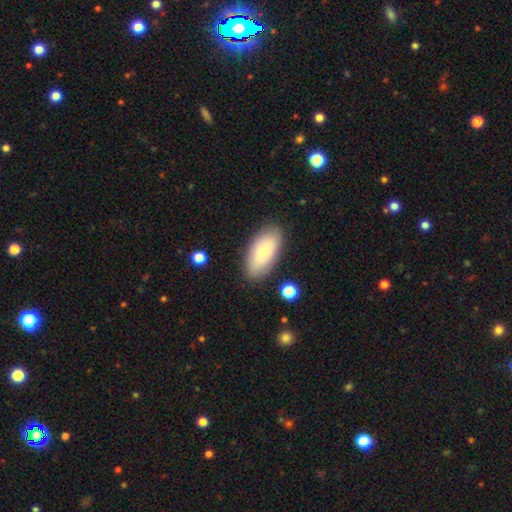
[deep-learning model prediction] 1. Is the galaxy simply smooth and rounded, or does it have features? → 74% smooth, 18% featured or disk, 7% star or artifact.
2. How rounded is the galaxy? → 92% in between, 6% cigar-shaped, 3% round.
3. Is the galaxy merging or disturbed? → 84% none, 11% minor disturbance, 3% major disturbance, 2% merger.